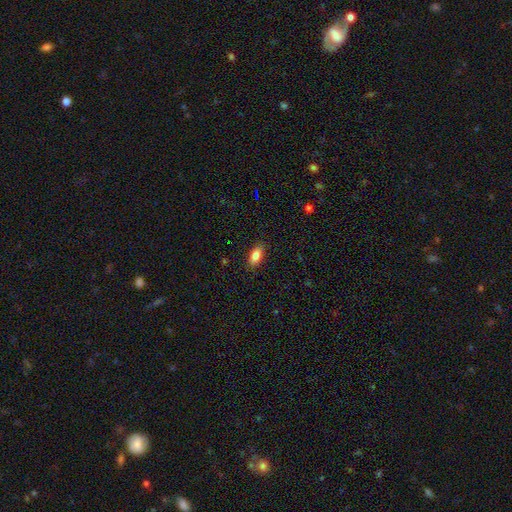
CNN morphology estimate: smooth 85%, star or artifact 8%, featured or disk 8%. Down the decision tree: how rounded — in between (87%); merging — none (87%).